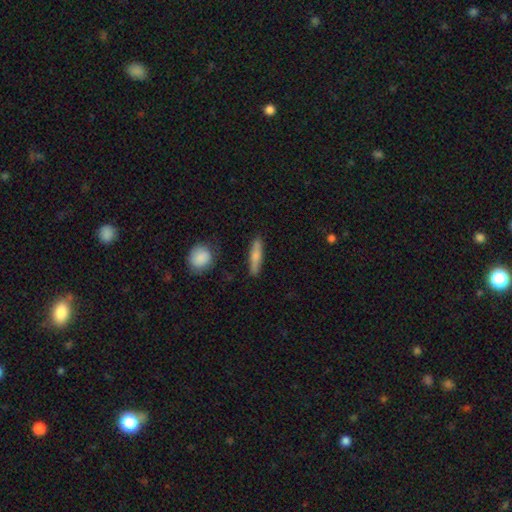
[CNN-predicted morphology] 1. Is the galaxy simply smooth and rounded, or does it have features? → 67% smooth, 27% featured or disk, 6% star or artifact.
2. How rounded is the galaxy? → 81% cigar-shaped, 16% in between, 3% round.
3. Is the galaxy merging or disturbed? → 86% none, 9% minor disturbance, 2% merger, 2% major disturbance.